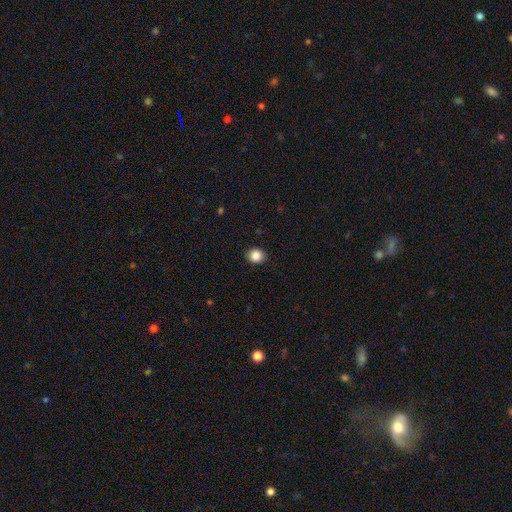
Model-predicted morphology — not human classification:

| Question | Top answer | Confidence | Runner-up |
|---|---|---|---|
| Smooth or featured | smooth | 87% | star or artifact (10%) |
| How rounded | round | 87% | in between (13%) |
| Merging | none | 91% | minor disturbance (6%) |